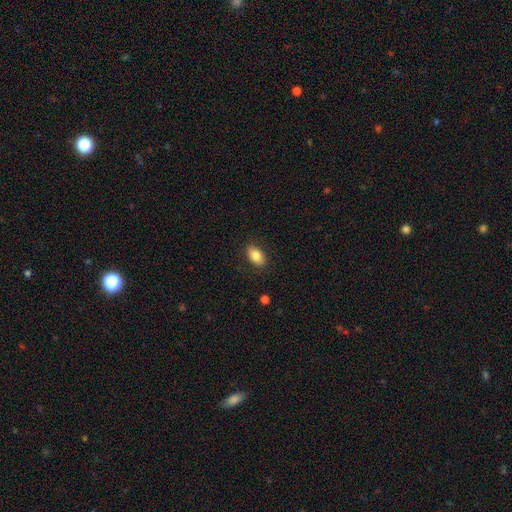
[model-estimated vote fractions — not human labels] Morphology: type=smooth (83%); roundness=in between (90%); merging=none (87%).